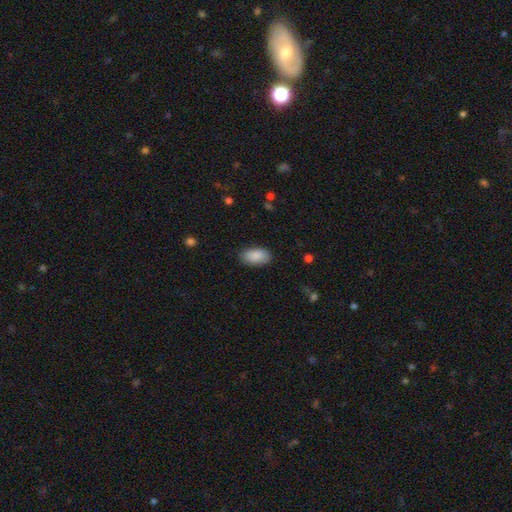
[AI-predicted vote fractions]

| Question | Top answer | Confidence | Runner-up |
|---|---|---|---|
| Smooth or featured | smooth | 89% | star or artifact (6%) |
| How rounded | in between | 95% | round (4%) |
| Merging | none | 83% | minor disturbance (13%) |